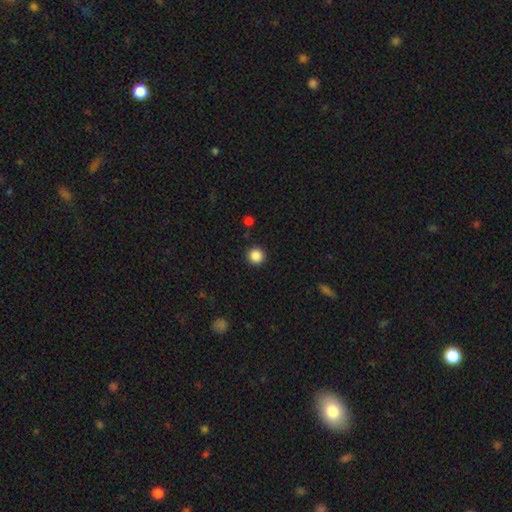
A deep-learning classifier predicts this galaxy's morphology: smooth_or_featured: smooth (p=0.87) [alt: star or artifact p=0.10]
how_rounded: round (p=0.95) [alt: in between p=0.04]
merging: none (p=0.92) [alt: minor disturbance p=0.05]